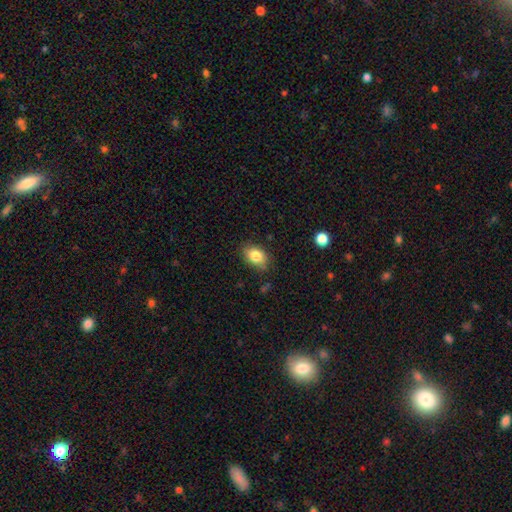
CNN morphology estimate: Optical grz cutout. It shows a smooth galaxy with no disk features (83%) that is in between round and cigar-shaped (81%). Merging: none (80%).